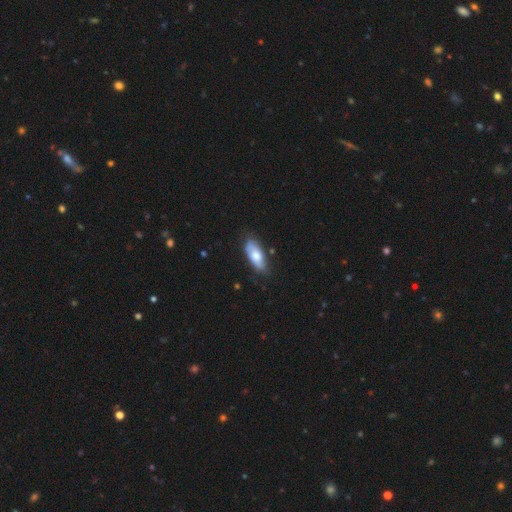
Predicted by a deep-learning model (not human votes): smooth 59%, featured or disk 35%, star or artifact 6%. Down the decision tree: how rounded — in between (83%); merging — none (70%).